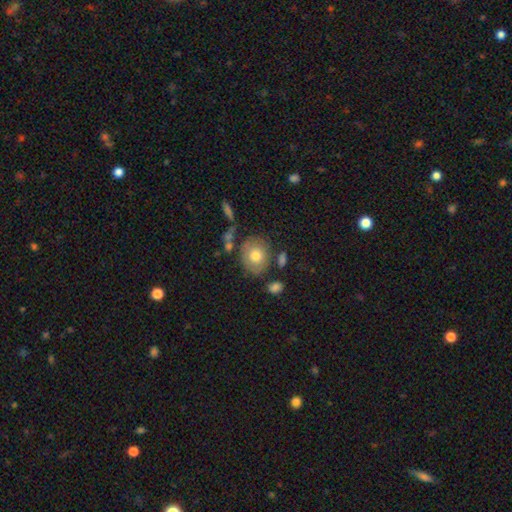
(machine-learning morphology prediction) Q: Smooth or featured?
A: smooth (71%); runner-up: featured or disk (21%)
Q: How rounded?
A: round (67%); runner-up: in between (32%)
Q: Merging?
A: none (69%); runner-up: minor disturbance (17%)